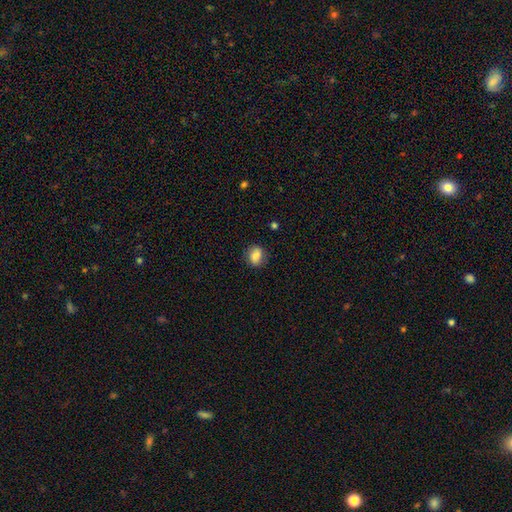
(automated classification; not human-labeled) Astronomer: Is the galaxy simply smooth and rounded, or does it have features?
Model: smooth — 78%.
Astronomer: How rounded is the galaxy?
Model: round — 54% (runner-up: in between, 44%).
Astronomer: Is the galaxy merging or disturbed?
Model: none — 81%.